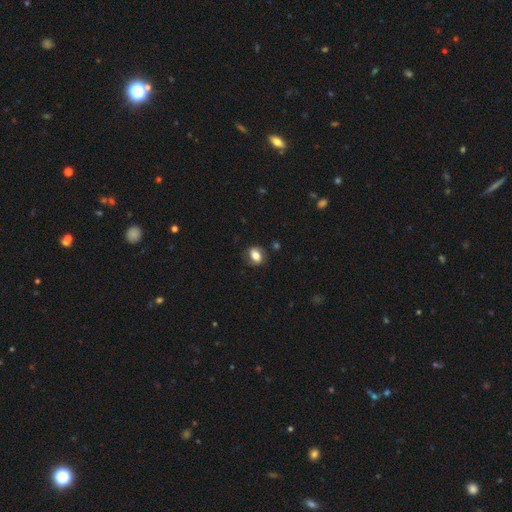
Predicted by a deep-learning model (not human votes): A smooth galaxy with no disk features (71%) that is in between round and cigar-shaped (68%). Merging: none (79%).